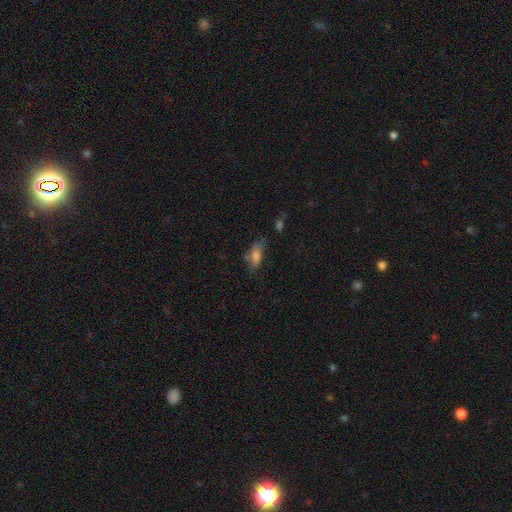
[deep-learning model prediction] smooth 71%, featured or disk 17%, star or artifact 12%. Down the decision tree: how rounded — in between (79%); merging — none (44%).